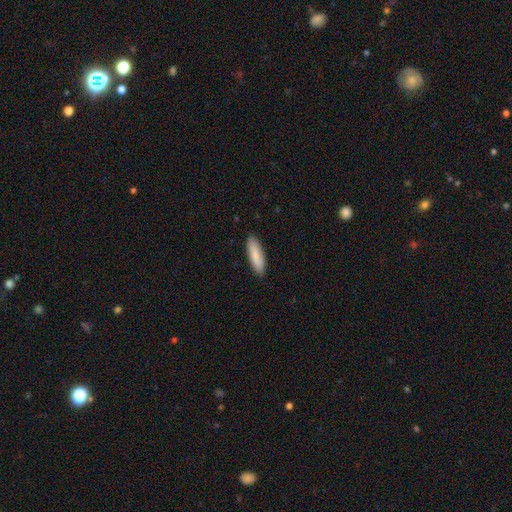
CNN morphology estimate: Smooth or featured: smooth — 85% (featured or disk — 10%)
How rounded: cigar-shaped — 58% (in between — 41%)
Merging: none — 89% (minor disturbance — 8%)